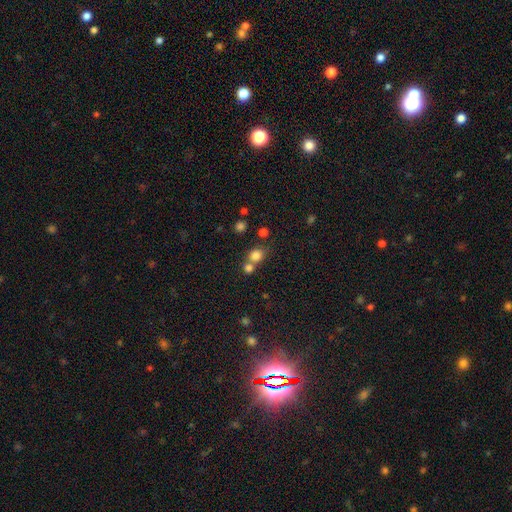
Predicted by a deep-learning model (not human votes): smooth-or-featured: smooth: 79% | star or artifact: 14% | featured or disk: 7%
  how-rounded: round: 72% | in between: 27% | cigar-shaped: 1%
  merging: none: 50% | merger: 39% | minor disturbance: 8% | major disturbance: 4%